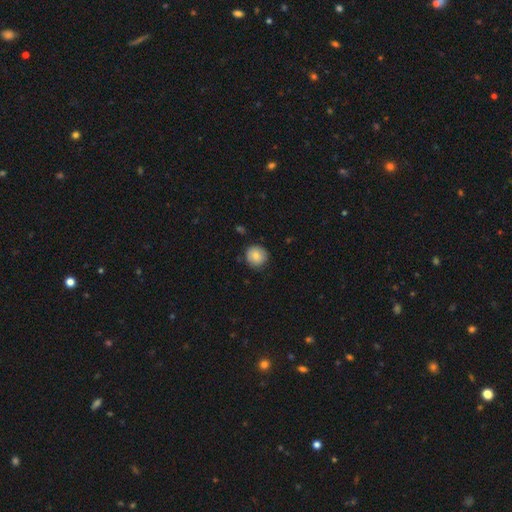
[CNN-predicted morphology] This is likely a smooth galaxy (79%). How rounded: clearly round (91%). Merging: clearly none (81%).